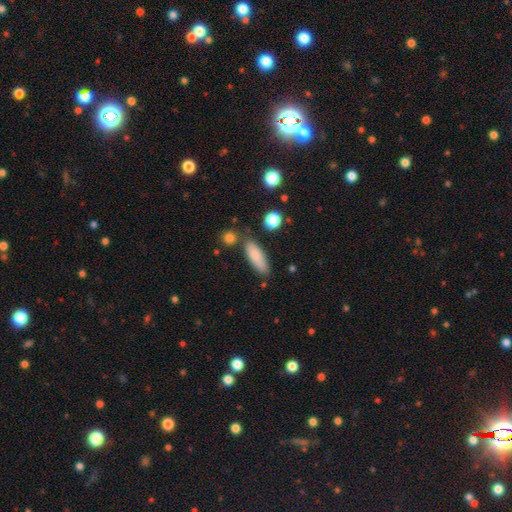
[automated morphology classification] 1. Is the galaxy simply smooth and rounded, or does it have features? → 85% smooth, 8% featured or disk, 7% star or artifact.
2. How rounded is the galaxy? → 56% in between, 41% cigar-shaped, 3% round.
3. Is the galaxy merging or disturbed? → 76% none, 14% minor disturbance, 6% merger, 4% major disturbance.